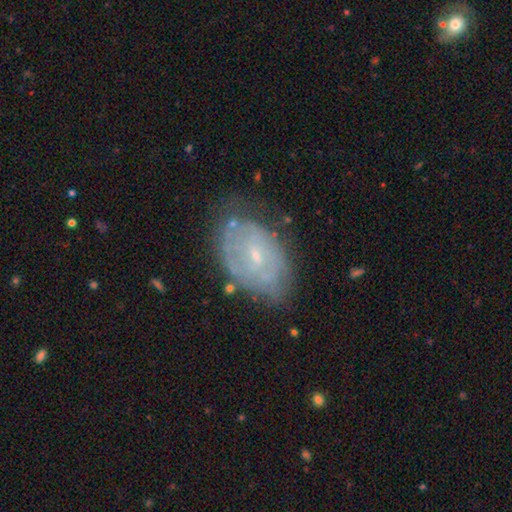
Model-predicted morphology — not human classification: A featured or disk galaxy (72%) with a weak bar (46%), tight (62%) spiral arms (74%) and a small central bulge (71%). Merging: none (63%).